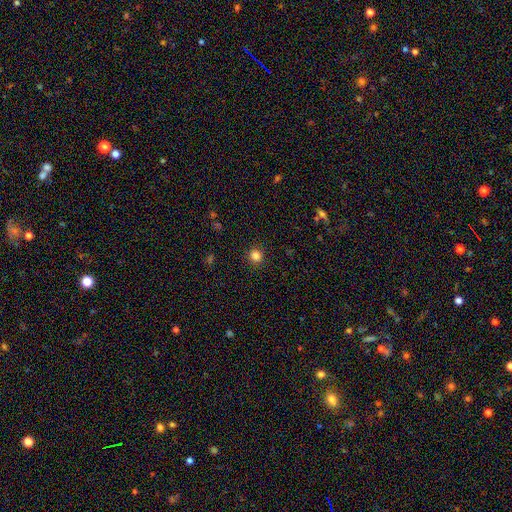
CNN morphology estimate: Q: Smooth or featured?
A: smooth (84%); runner-up: star or artifact (13%)
Q: How rounded?
A: round (93%); runner-up: in between (6%)
Q: Merging?
A: none (92%); runner-up: minor disturbance (5%)